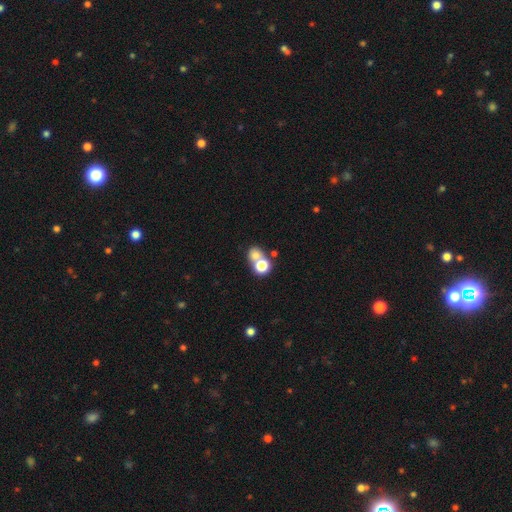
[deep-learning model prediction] Morphology: type=smooth (71%); roundness=round (72%); merging=merger (51%).